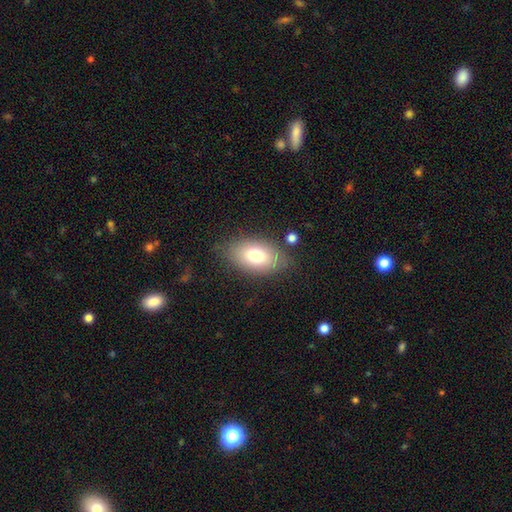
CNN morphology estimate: smooth-or-featured: smooth: 75% | featured or disk: 17% | star or artifact: 9%
  how-rounded: in between: 89% | round: 9% | cigar-shaped: 2%
  merging: none: 76% | minor disturbance: 16% | major disturbance: 6% | merger: 3%